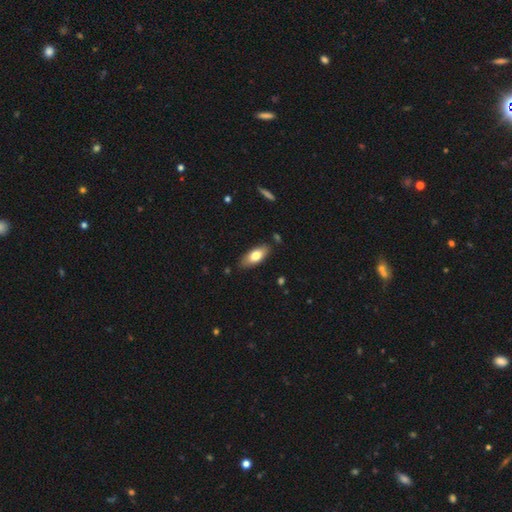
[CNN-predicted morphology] A smooth galaxy with no disk features (75%) that is in between round and cigar-shaped (82%). Merging: none (83%).